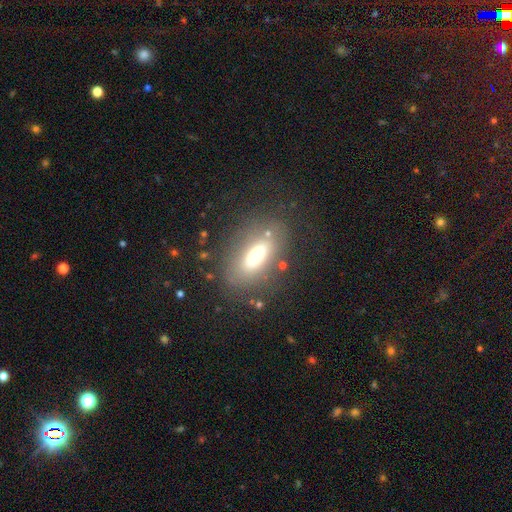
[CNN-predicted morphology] smooth_or_featured: smooth (p=0.60) [alt: featured or disk p=0.29]
how_rounded: in between (p=0.79) [alt: cigar-shaped p=0.15]
merging: none (p=0.73) [alt: minor disturbance p=0.15]